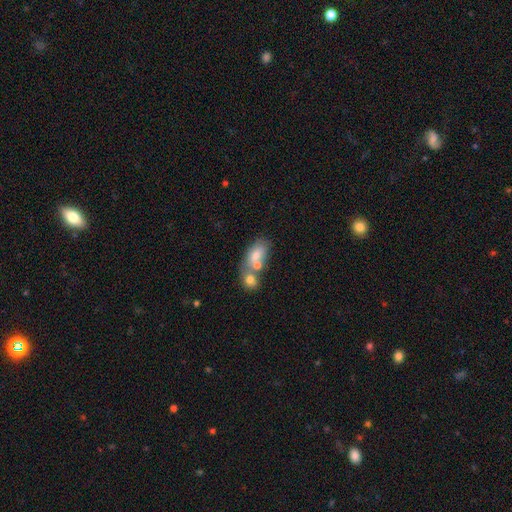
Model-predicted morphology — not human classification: Smooth or featured? smooth (67%)
How rounded? in between (85%)
Merging? merger (55%)